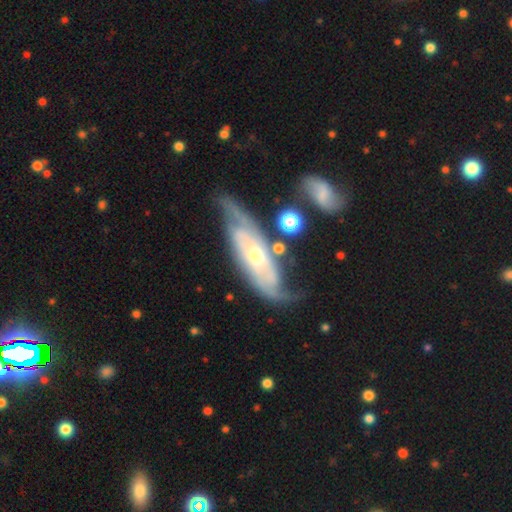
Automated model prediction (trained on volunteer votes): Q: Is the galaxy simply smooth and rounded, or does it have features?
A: featured or disk — 83%.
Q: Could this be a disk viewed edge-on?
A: no — 85%.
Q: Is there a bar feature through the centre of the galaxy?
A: no — 64%.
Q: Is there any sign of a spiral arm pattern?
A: yes — 91%.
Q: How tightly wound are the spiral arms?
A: tight — 49%.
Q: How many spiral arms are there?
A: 2 — 56%.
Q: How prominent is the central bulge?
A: moderate — 59%.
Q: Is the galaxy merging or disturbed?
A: none — 58%.